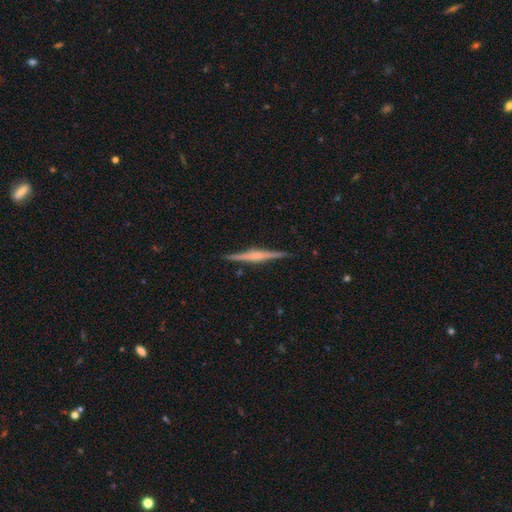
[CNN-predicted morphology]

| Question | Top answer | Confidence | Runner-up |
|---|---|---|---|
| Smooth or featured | featured or disk | 79% | smooth (16%) |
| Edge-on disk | yes | 98% | no (2%) |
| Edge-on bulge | rounded | 58% | boxy (29%) |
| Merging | none | 91% | minor disturbance (6%) |